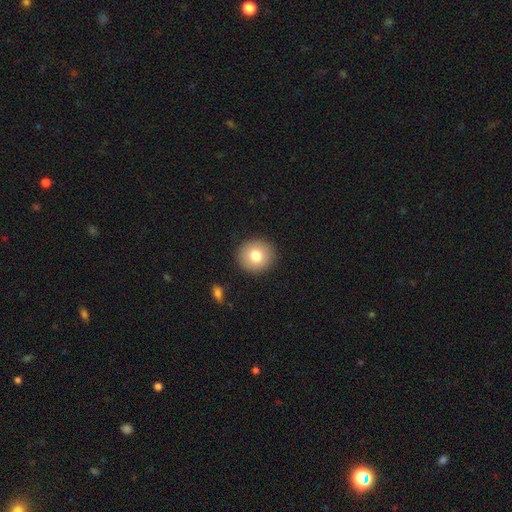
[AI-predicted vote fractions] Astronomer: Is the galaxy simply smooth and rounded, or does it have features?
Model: smooth — 78%.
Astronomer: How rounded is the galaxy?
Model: round — 90%.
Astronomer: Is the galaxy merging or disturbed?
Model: none — 91%.